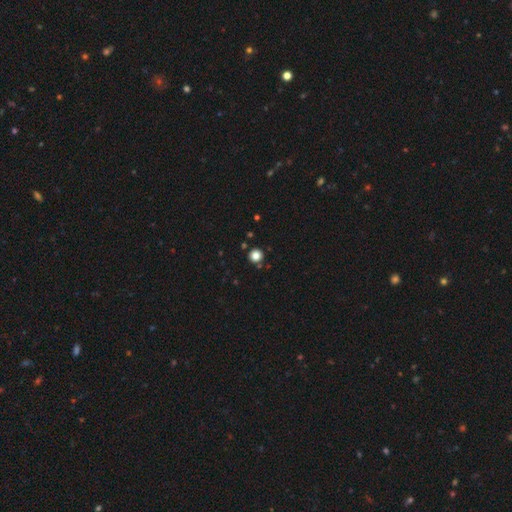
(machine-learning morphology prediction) A smooth galaxy with no disk features (83%) that is round (94%). Merging: none (89%).